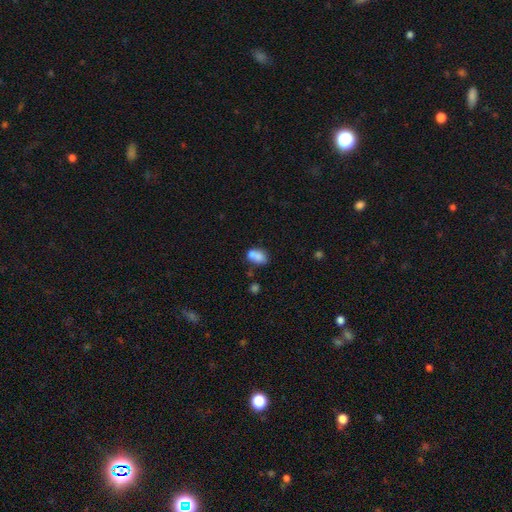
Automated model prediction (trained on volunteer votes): A smooth galaxy with no disk features (76%) that is in between round and cigar-shaped (79%).

Vote fractions:
- Smooth or featured? smooth: 76% / featured or disk: 15% / star or artifact: 9%
- How rounded? in between: 79% / round: 20% / cigar-shaped: 2%
- Merging? none: 41% / merger: 38% / minor disturbance: 16% / major disturbance: 6%